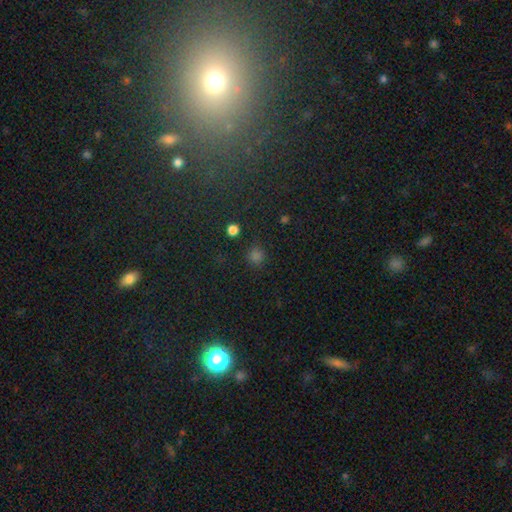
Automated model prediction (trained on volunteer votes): smooth-or-featured: smooth: 68% | star or artifact: 27% | featured or disk: 5%
  how-rounded: round: 90% | in between: 9% | cigar-shaped: 1%
  merging: none: 85% | minor disturbance: 9% | major disturbance: 3% | merger: 2%